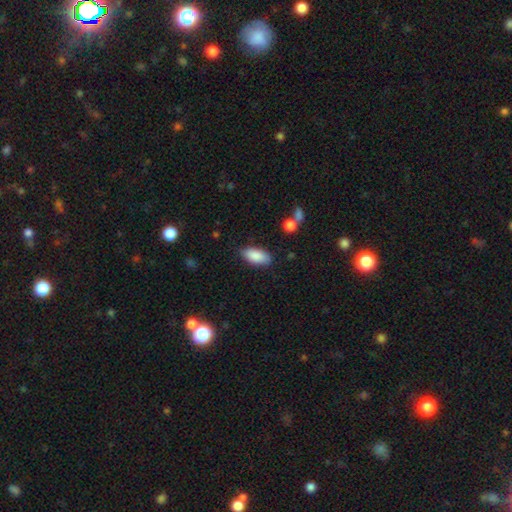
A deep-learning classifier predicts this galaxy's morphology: type=smooth (88%); roundness=in between (90%); merging=none (83%).